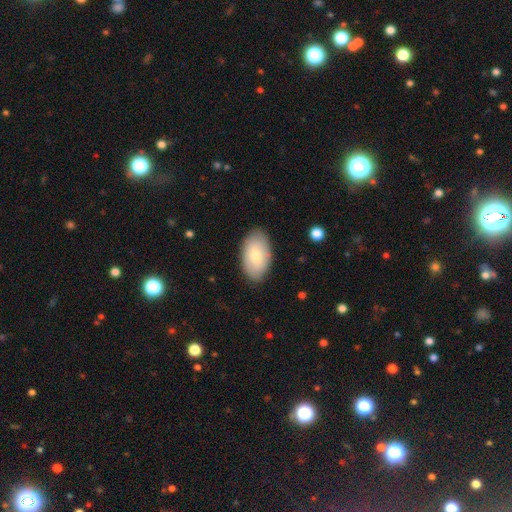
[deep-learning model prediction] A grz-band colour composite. It shows a smooth galaxy with no disk features (72%) that is in between round and cigar-shaped (94%). Merging: none (84%).